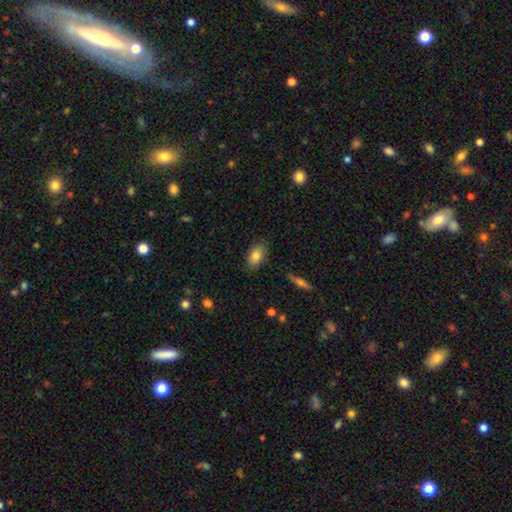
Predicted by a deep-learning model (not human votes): Smooth or featured? Predicted: smooth (p=0.82). How rounded? Predicted: in between (p=0.91). Merging? Predicted: none (p=0.83).